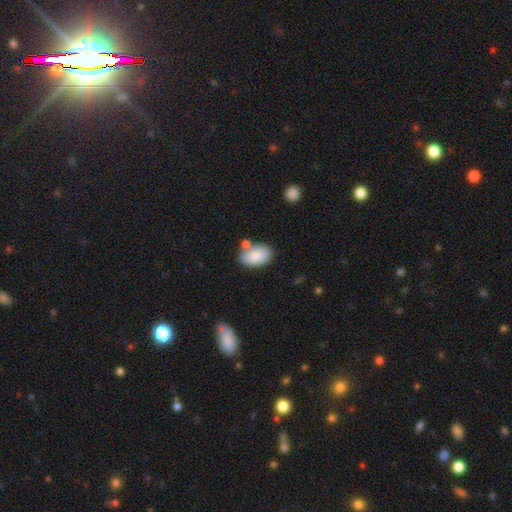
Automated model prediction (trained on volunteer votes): Smooth or featured?
  - smooth: 86% *
  - featured or disk: 8%
  - star or artifact: 6%
How rounded?
  - in between: 92% *
  - round: 7%
  - cigar-shaped: 1%
Merging?
  - none: 62% *
  - minor disturbance: 17%
  - merger: 16%
  - major disturbance: 5%